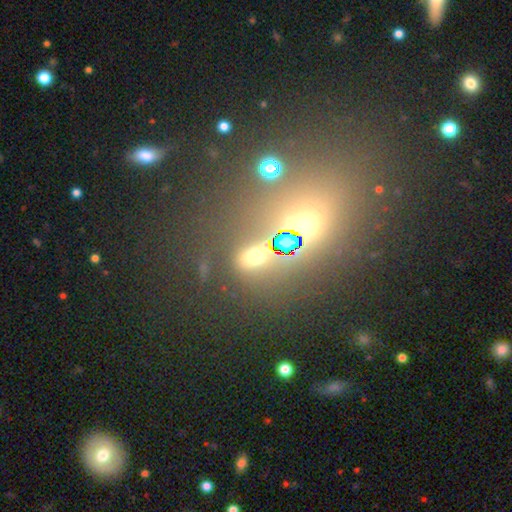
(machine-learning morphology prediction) smooth_or_featured: smooth (p=0.45) [alt: star or artifact p=0.42]
merging: none (p=0.61) [alt: merger p=0.16]